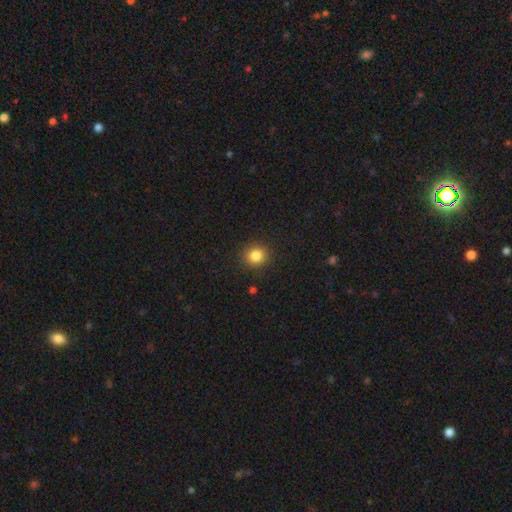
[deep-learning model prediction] Smooth or featured?
  - smooth: 84% *
  - star or artifact: 11%
  - featured or disk: 5%
How rounded?
  - round: 88% *
  - in between: 11%
  - cigar-shaped: 1%
Merging?
  - none: 90% *
  - minor disturbance: 7%
  - major disturbance: 2%
  - merger: 1%